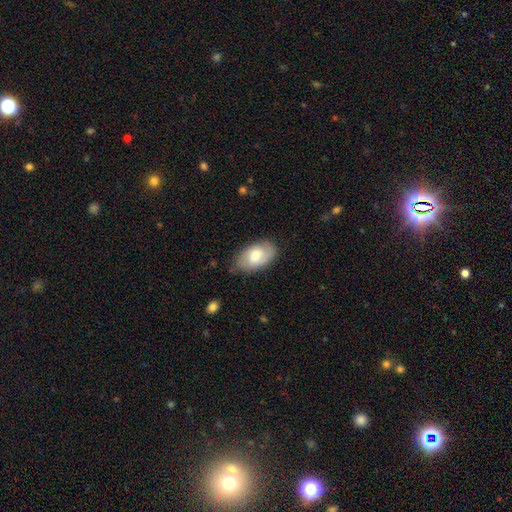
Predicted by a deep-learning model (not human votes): The model was most divided on "smooth or featured": smooth: 69%, featured or disk: 25%, star or artifact: 6%. More confident: how rounded — in between (94%); merging — none (77%).